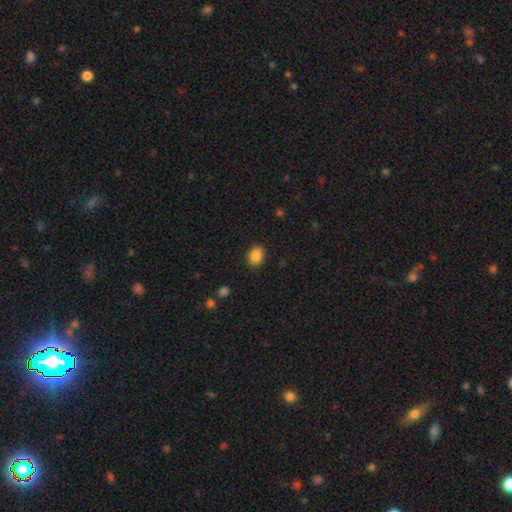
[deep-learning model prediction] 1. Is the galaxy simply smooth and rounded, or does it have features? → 87% smooth, 9% star or artifact, 4% featured or disk.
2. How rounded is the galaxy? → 67% in between, 32% round, 1% cigar-shaped.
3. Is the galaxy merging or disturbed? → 85% none, 11% minor disturbance, 3% major disturbance, 1% merger.